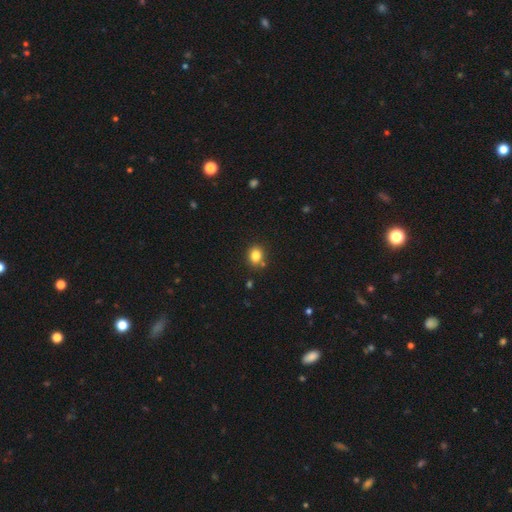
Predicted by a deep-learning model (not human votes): A smooth galaxy with no disk features (82%) that is round (64%).

Vote fractions:
- Smooth or featured? smooth: 82% / star or artifact: 11% / featured or disk: 6%
- How rounded? round: 64% / in between: 35% / cigar-shaped: 1%
- Merging? none: 79% / minor disturbance: 11% / merger: 7% / major disturbance: 3%